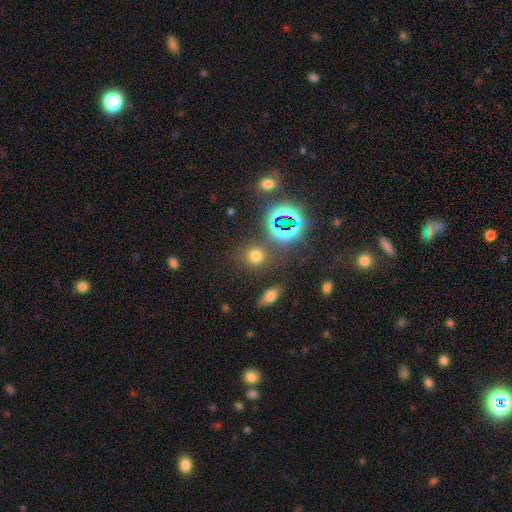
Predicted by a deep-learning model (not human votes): Smooth or featured: smooth — 63% (star or artifact — 30%)
How rounded: round — 82% (in between — 17%)
Merging: none — 79% (minor disturbance — 9%)